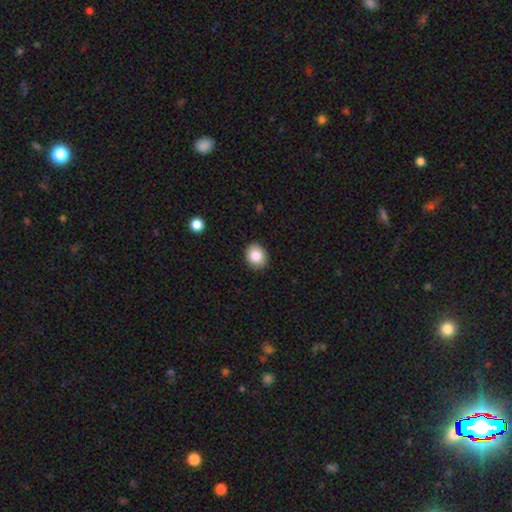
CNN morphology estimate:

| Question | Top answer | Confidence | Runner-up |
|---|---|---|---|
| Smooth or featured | smooth | 84% | star or artifact (9%) |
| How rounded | round | 56% | in between (43%) |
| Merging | none | 90% | minor disturbance (7%) |